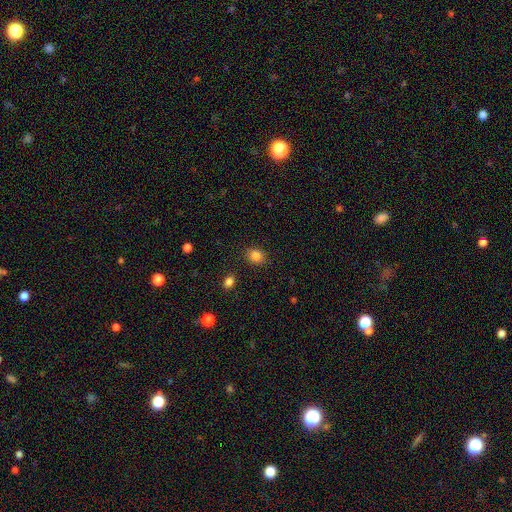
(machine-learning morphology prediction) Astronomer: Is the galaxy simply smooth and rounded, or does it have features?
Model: smooth — 84%.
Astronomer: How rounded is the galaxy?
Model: round — 67%.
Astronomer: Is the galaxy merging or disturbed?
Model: none — 87%.